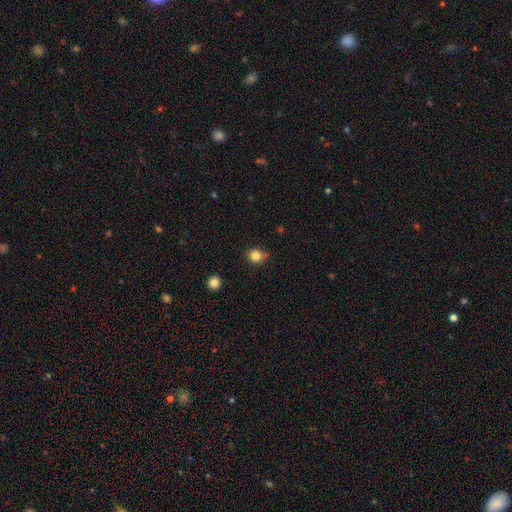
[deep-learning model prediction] A smooth galaxy with no disk features (83%) that is round (75%). Merging: none (77%).